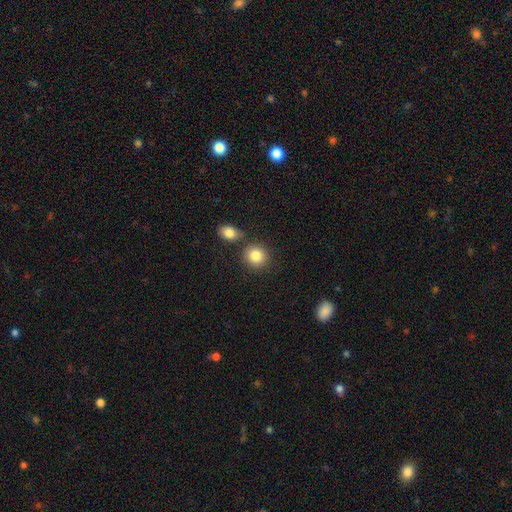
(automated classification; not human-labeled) smooth 85%, star or artifact 9%, featured or disk 7%. Down the decision tree: how rounded — round (84%); merging — none (74%).